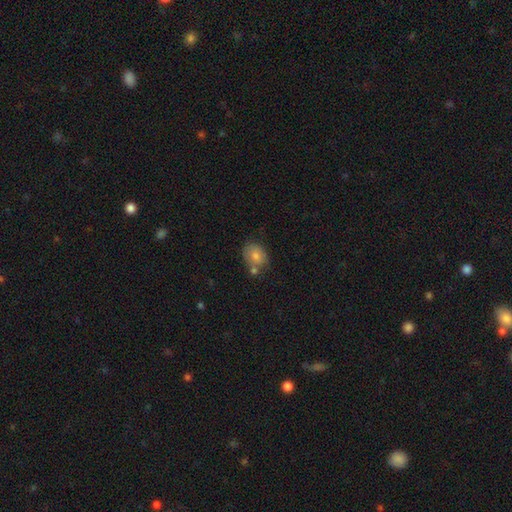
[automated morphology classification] Overall: smooth (76%). How rounded: in between (54%; round 45%). Merging: none (56%; merger 20%).